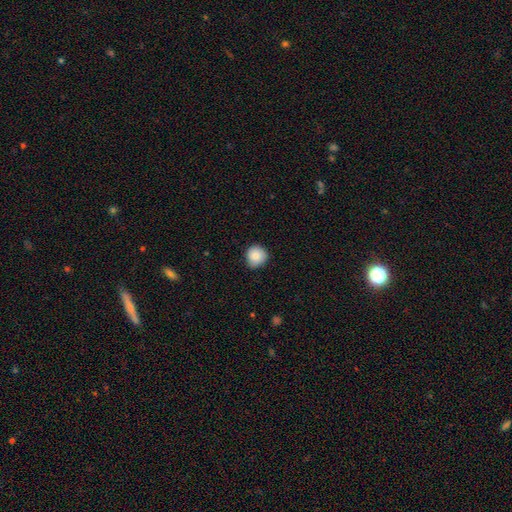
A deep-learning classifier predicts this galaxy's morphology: A smooth galaxy with no disk features (86%) that is round (91%). Merging: none (81%).